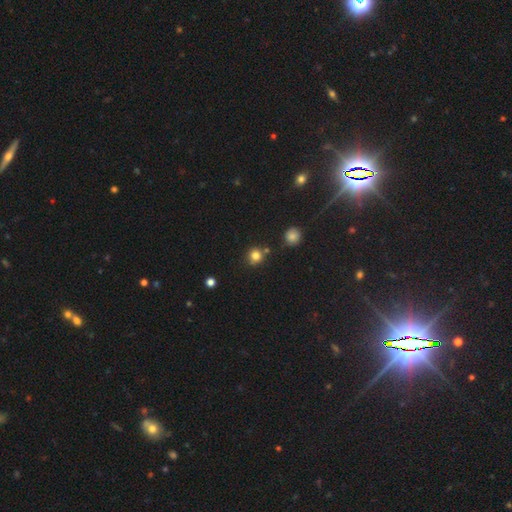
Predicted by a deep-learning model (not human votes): smooth-or-featured: smooth: 81% | star or artifact: 14% | featured or disk: 6%
  how-rounded: round: 90% | in between: 9% | cigar-shaped: 1%
  merging: none: 77% | minor disturbance: 11% | merger: 10% | major disturbance: 3%